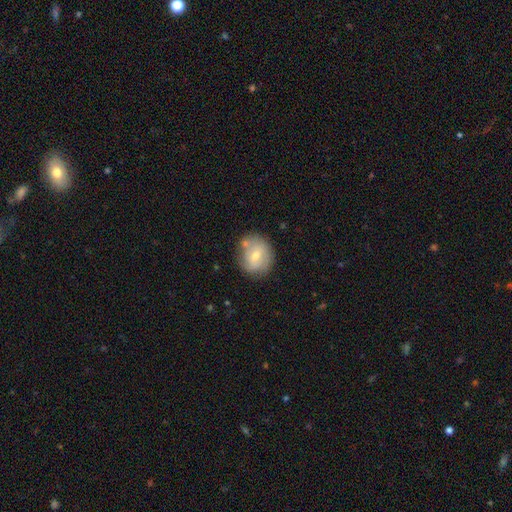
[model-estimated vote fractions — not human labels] Smooth or featured?
  - smooth: 62% *
  - featured or disk: 30%
  - star or artifact: 8%
How rounded?
  - round: 74% *
  - in between: 25%
  - cigar-shaped: 1%
Merging?
  - none: 67% *
  - minor disturbance: 19%
  - merger: 9%
  - major disturbance: 5%